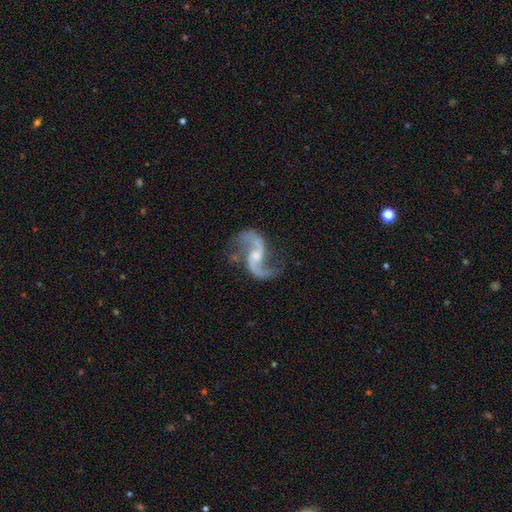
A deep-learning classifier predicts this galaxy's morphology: Smooth or featured? featured or disk (93%)
Edge-on disk? no (98%)
Bar? no (44%)
Spiral arms? yes (98%)
Spiral winding? loose (74%)
Spiral arm count? 2 (94%)
Bulge size? small (47%)
Merging? none (76%)